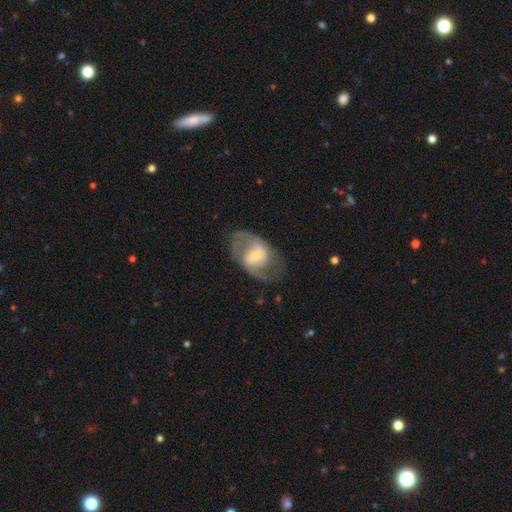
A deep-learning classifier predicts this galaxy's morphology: This appears to be a featured or disk galaxy (75%) with a weak bar (48%), 2 (84%) medium (52%) spiral arms (85%) and a small central bulge (43%). Merging: none (68%).